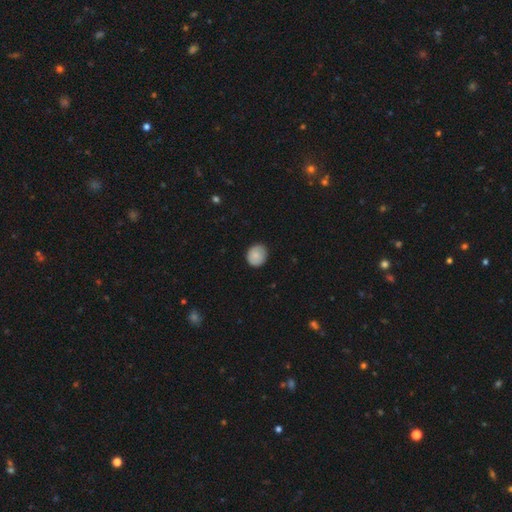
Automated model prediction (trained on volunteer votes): The model was most divided on "how rounded": round: 79%, in between: 20%, cigar-shaped: 1%. More confident: merging — none (86%); smooth or featured — smooth (86%).